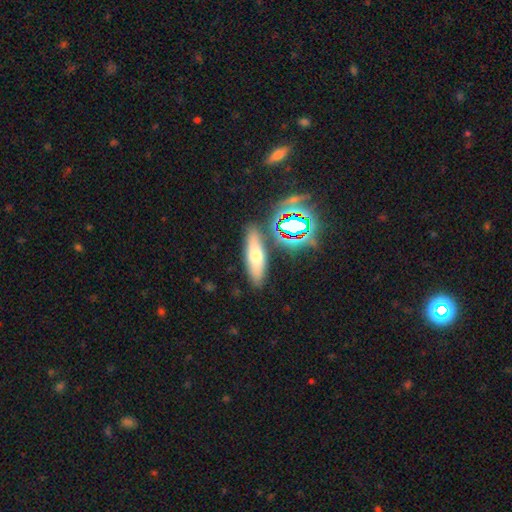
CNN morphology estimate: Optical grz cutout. It shows a smooth galaxy with no disk features (55%) that is in between round and cigar-shaped (48%). Merging: none (84%).